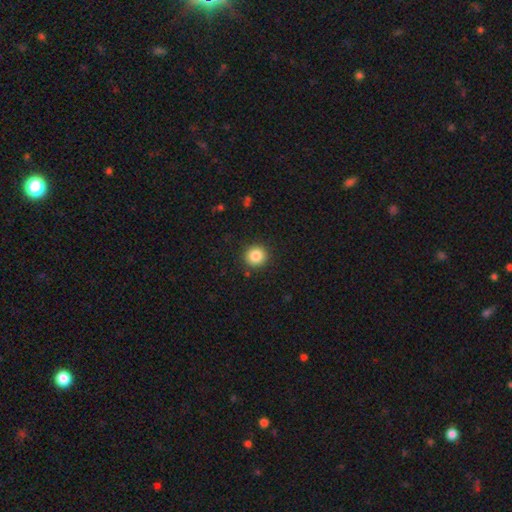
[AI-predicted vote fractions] smooth_or_featured: smooth (p=0.86) [alt: star or artifact p=0.10]
how_rounded: round (p=0.93) [alt: in between p=0.06]
merging: none (p=0.90) [alt: minor disturbance p=0.06]